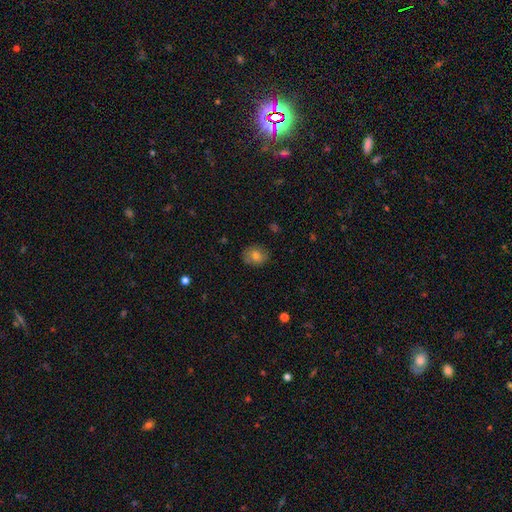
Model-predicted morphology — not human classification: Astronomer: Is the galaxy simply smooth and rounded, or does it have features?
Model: smooth — 76%.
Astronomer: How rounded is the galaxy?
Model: round — 58% (runner-up: in between, 41%).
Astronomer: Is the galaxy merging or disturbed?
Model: none — 81%.